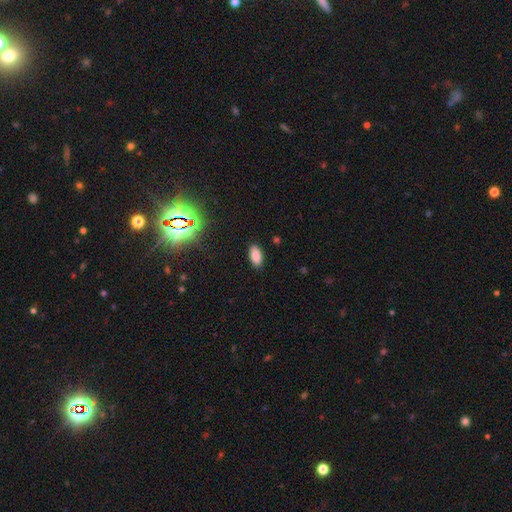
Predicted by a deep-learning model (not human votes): Smooth or featured: smooth — 84% (star or artifact — 12%)
How rounded: in between — 90% (cigar-shaped — 7%)
Merging: none — 88% (minor disturbance — 9%)